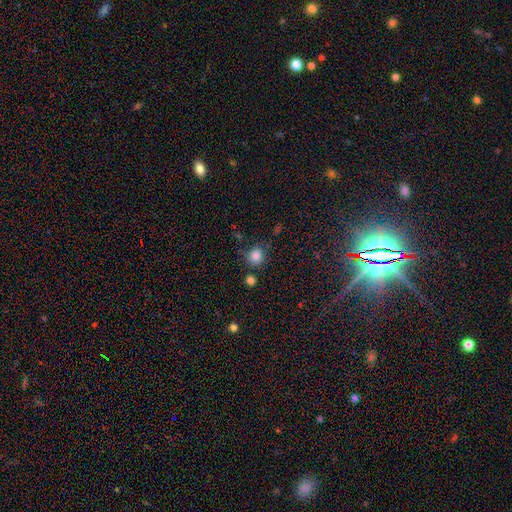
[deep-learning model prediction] smooth_or_featured: smooth (p=0.84) [alt: star or artifact p=0.11]
how_rounded: round (p=0.89) [alt: in between p=0.10]
merging: none (p=0.75) [alt: minor disturbance p=0.13]